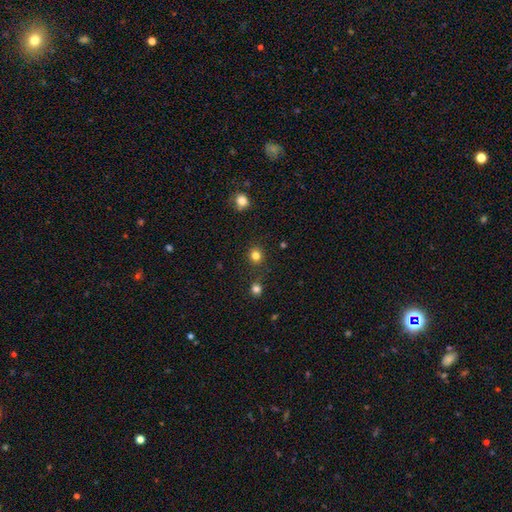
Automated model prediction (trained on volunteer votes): This appears to be a smooth galaxy with no disk features (81%) that is round (87%). Merging: none (86%).